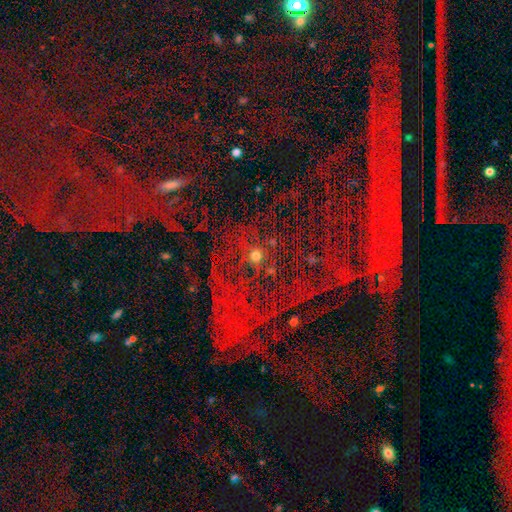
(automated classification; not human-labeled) Q: Smooth or featured?
A: star or artifact (56%); runner-up: smooth (28%)